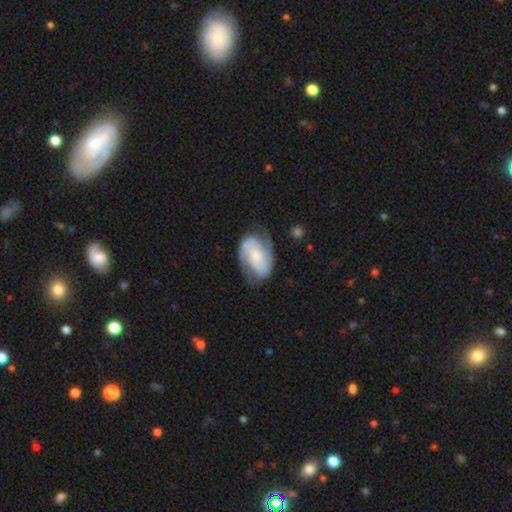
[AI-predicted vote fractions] A featured or disk galaxy (74%) with no bar (52%), 2 (84%) medium (45%) spiral arms (92%) and a small central bulge (50%). Merging: none (66%).